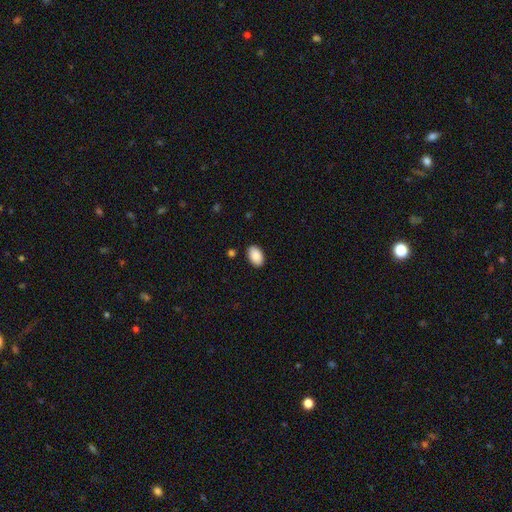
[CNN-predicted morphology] Smooth or featured: smooth — 89% (star or artifact — 7%)
How rounded: in between — 92% (round — 7%)
Merging: none — 88% (minor disturbance — 8%)